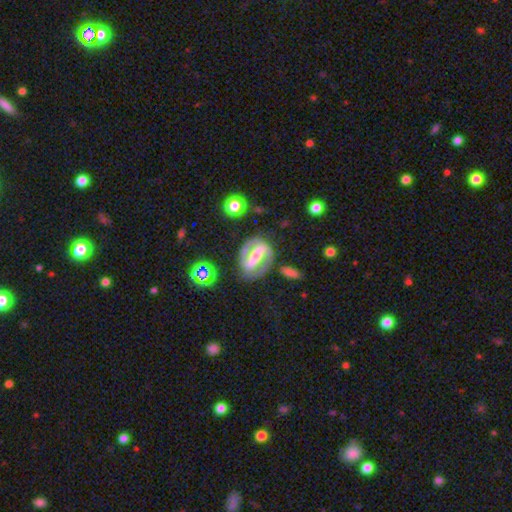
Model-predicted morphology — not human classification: This appears to be a featured or disk galaxy (83%) with a strong bar (81%), 2 (89%) medium (45%) spiral arms (86%) and a moderate central bulge (38%). Merging: none (75%).